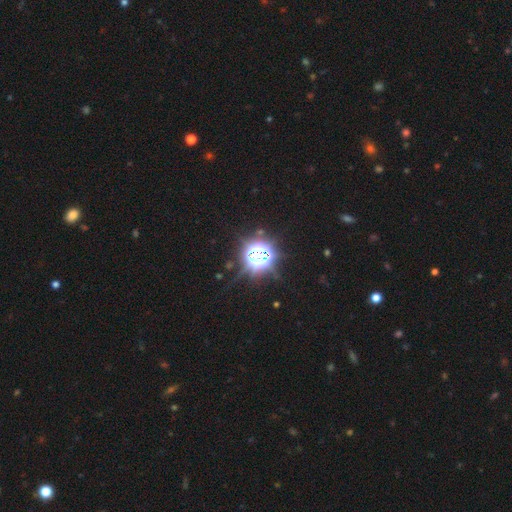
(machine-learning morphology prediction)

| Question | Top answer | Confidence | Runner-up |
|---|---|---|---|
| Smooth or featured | star or artifact | 79% | smooth (12%) |